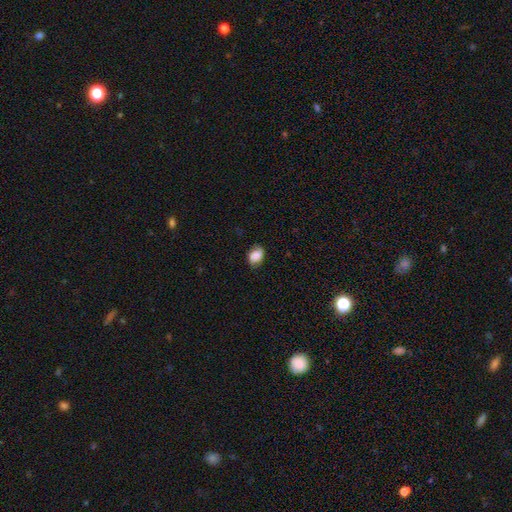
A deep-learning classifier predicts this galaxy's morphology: This appears to be a smooth galaxy with no disk features (82%) that is in between round and cigar-shaped (79%). Merging: none (80%).